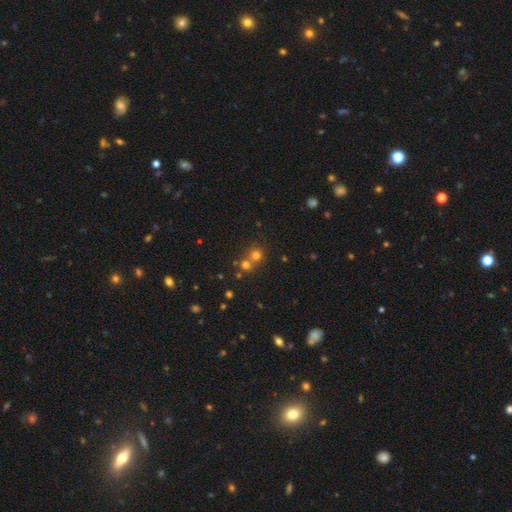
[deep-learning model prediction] Smooth or featured?
  - smooth: 67% *
  - star or artifact: 23%
  - featured or disk: 10%
How rounded?
  - round: 89% *
  - in between: 10%
  - cigar-shaped: 1%
Merging?
  - none: 52% *
  - merger: 40%
  - minor disturbance: 6%
  - major disturbance: 3%